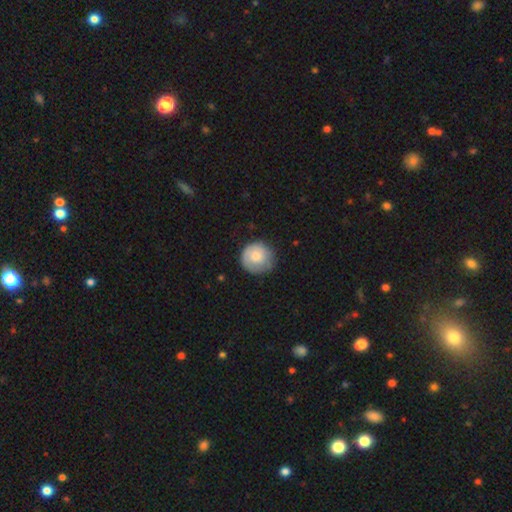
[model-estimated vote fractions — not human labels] Morphology: type=smooth (73%); roundness=round (91%); merging=none (70%).